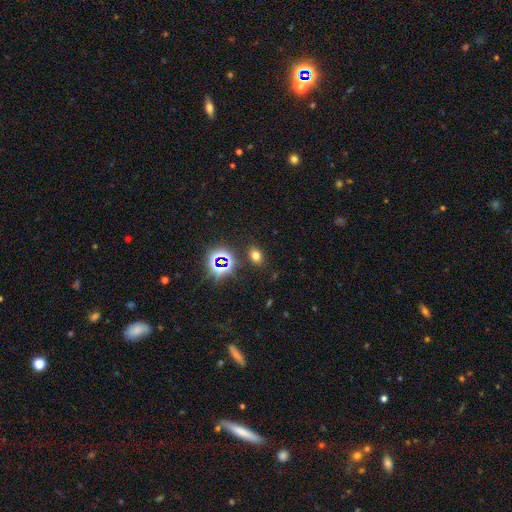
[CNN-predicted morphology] Smooth or featured: smooth — 65% (star or artifact — 27%)
How rounded: in between — 61% (round — 37%)
Merging: none — 85% (minor disturbance — 9%)